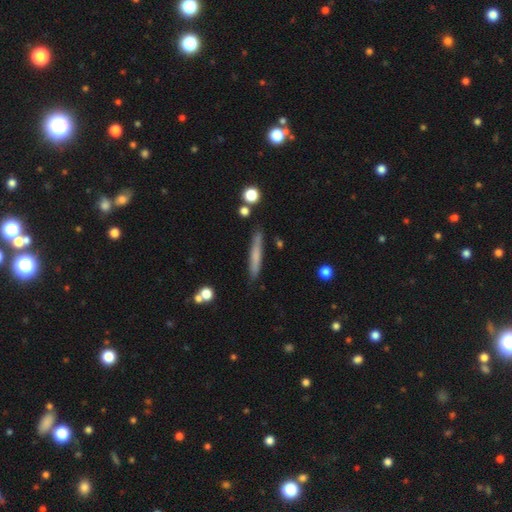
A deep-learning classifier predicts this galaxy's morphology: The model was most divided on "smooth or featured": smooth: 66%, featured or disk: 28%, star or artifact: 7%. More confident: how rounded — cigar-shaped (94%); merging — none (86%).